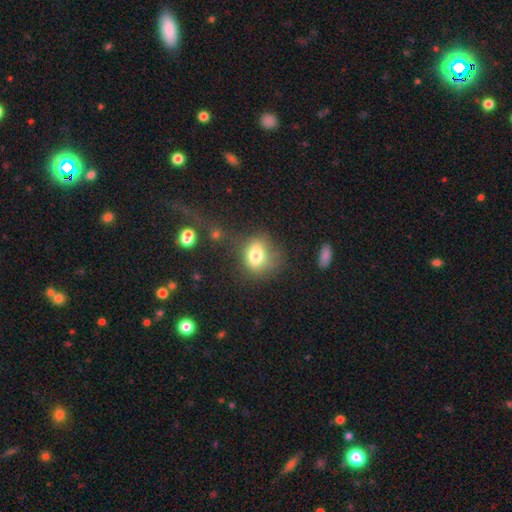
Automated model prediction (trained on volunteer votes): smooth 75%, featured or disk 14%, star or artifact 11%. Down the decision tree: how rounded — round (52%); merging — none (53%).